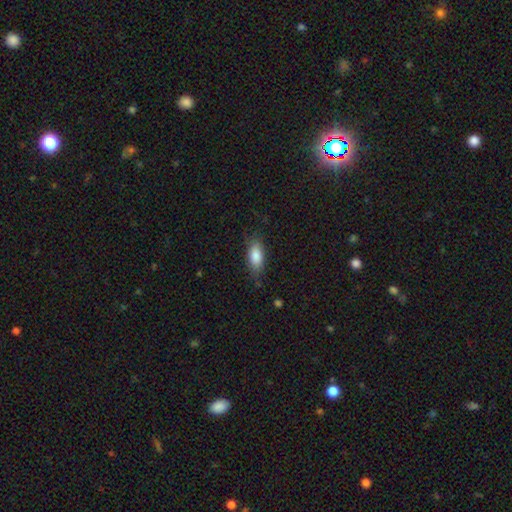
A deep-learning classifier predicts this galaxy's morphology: Q: Smooth or featured?
A: smooth (84%); runner-up: featured or disk (10%)
Q: How rounded?
A: in between (83%); runner-up: cigar-shaped (14%)
Q: Merging?
A: none (76%); runner-up: minor disturbance (18%)